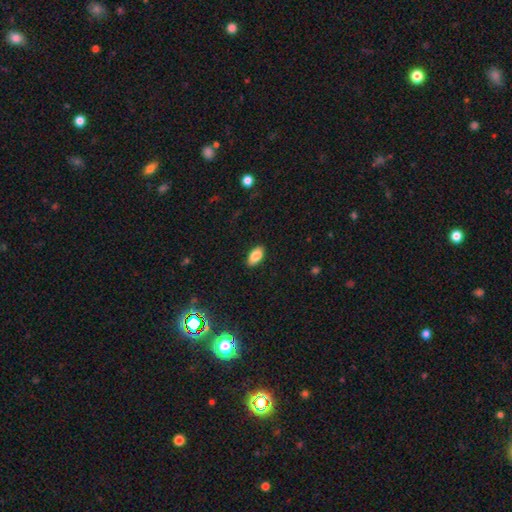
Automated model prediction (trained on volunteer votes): A smooth galaxy with no disk features (86%) that is in between round and cigar-shaped (93%). Merging: none (88%).